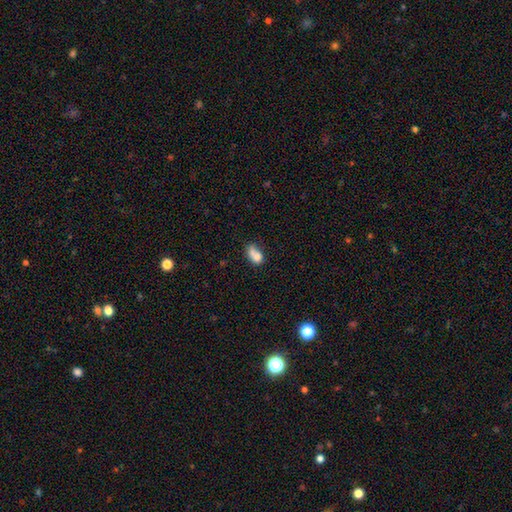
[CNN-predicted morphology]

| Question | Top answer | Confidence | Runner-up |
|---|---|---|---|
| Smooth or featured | smooth | 73% | featured or disk (17%) |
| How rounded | in between | 74% | round (23%) |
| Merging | merger | 39% | none (30%) |